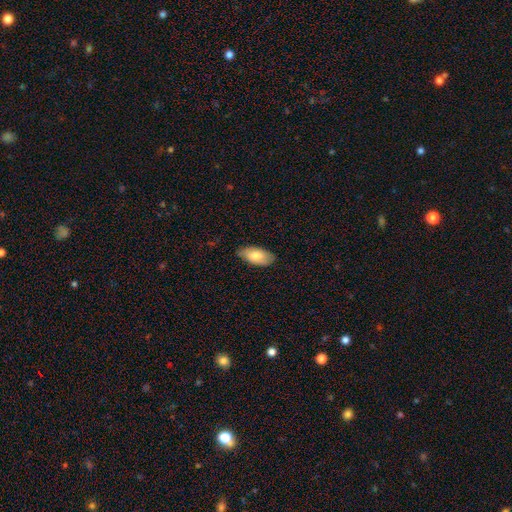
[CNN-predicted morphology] Smooth or featured: smooth — 77% (featured or disk — 17%)
How rounded: in between — 93% (cigar-shaped — 5%)
Merging: none — 77% (minor disturbance — 20%)